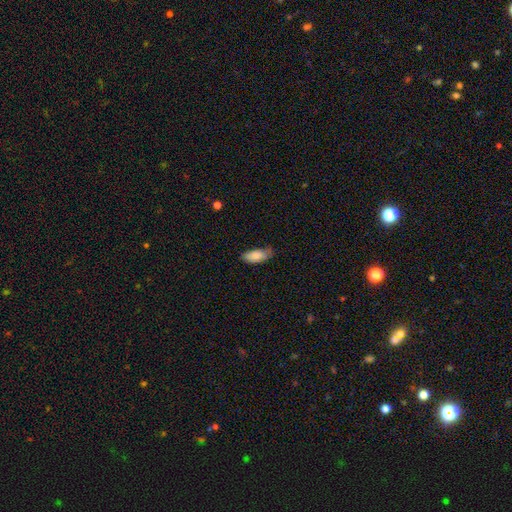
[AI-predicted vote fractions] smooth-or-featured: smooth: 86% | featured or disk: 8% | star or artifact: 6%
  how-rounded: in between: 82% | cigar-shaped: 16% | round: 2%
  merging: none: 63% | minor disturbance: 30% | major disturbance: 6% | merger: 2%